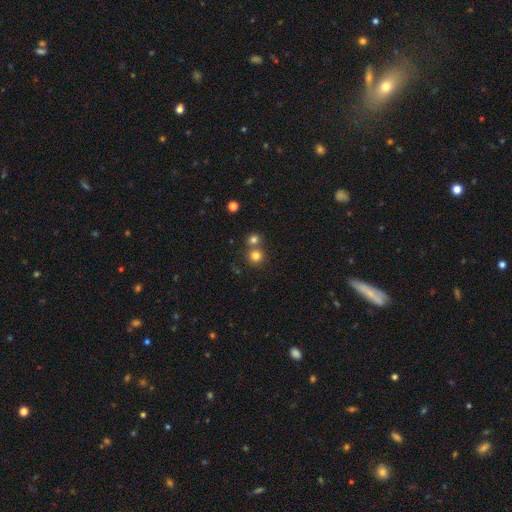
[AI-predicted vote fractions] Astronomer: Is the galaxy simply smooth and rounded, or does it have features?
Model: smooth — 79%.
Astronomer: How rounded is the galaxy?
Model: round — 91%.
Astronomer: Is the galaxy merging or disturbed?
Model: none — 62%.